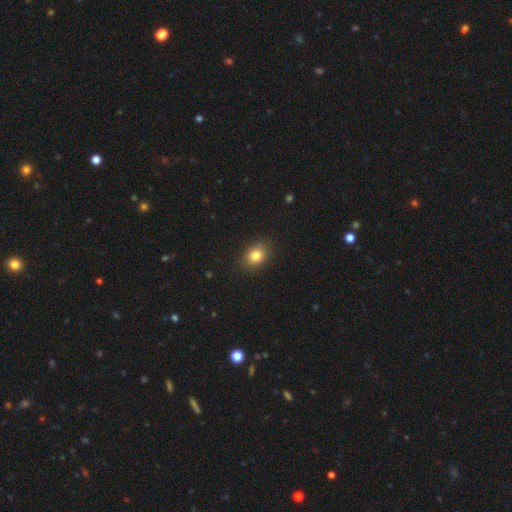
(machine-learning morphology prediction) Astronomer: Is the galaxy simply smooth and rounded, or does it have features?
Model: smooth — 82%.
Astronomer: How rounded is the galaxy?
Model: in between — 54% (runner-up: round, 45%).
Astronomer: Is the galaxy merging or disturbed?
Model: none — 85%.